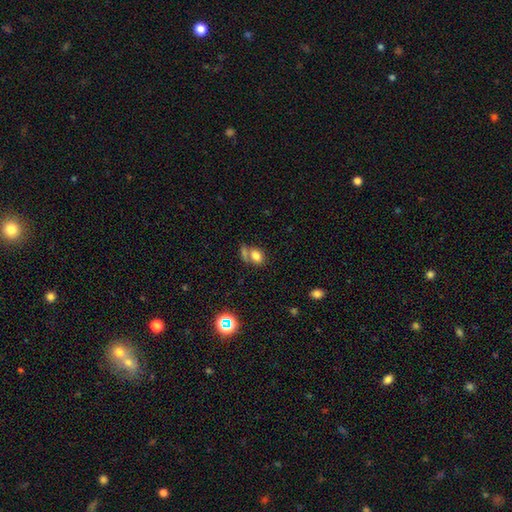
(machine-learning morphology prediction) This appears to be a smooth galaxy with no disk features (77%) that is in between round and cigar-shaped (70%). Merging: none (45%).